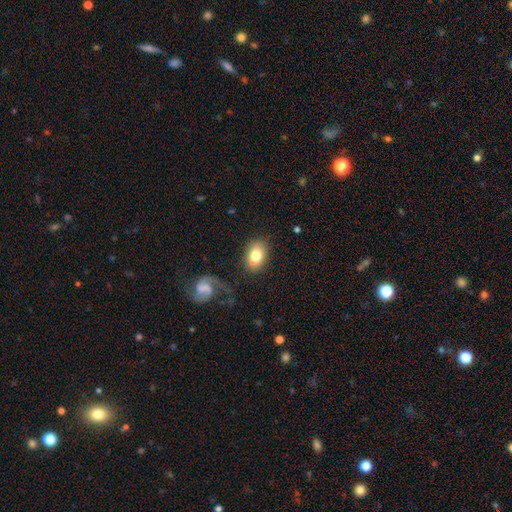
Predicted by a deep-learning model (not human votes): Smooth or featured? Predicted: smooth (p=0.76). How rounded? Predicted: in between (p=0.80). Merging? Predicted: none (p=0.77).